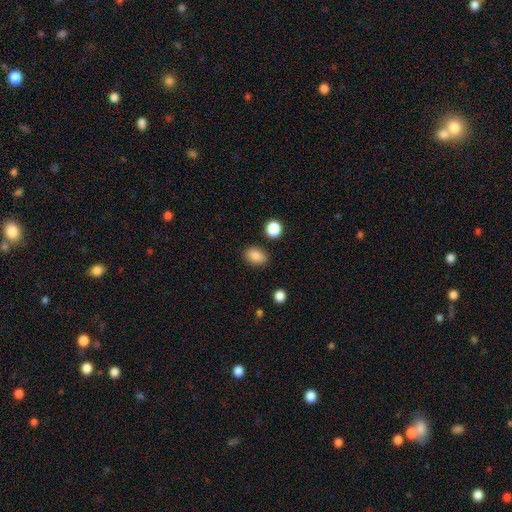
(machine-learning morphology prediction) smooth 87%, star or artifact 9%, featured or disk 4%. Down the decision tree: how rounded — in between (80%); merging — none (84%).